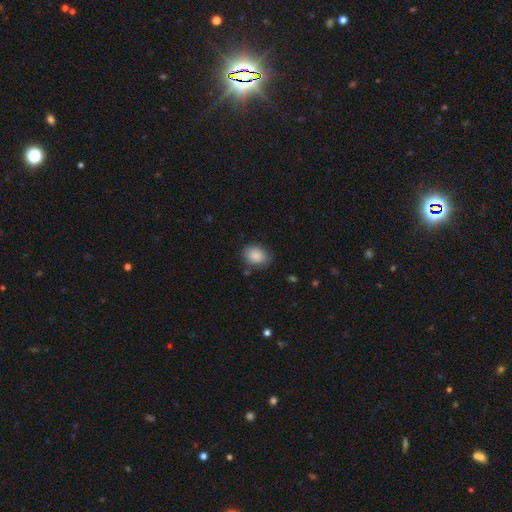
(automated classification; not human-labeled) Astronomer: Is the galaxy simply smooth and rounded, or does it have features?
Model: smooth — 88%.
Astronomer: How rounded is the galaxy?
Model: in between — 65%.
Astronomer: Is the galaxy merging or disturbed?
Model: none — 77%.